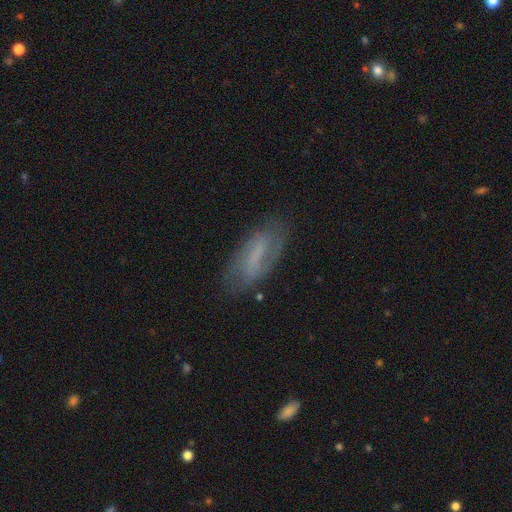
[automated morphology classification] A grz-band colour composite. It shows a featured or disk galaxy (52%). Merging: none (71%).